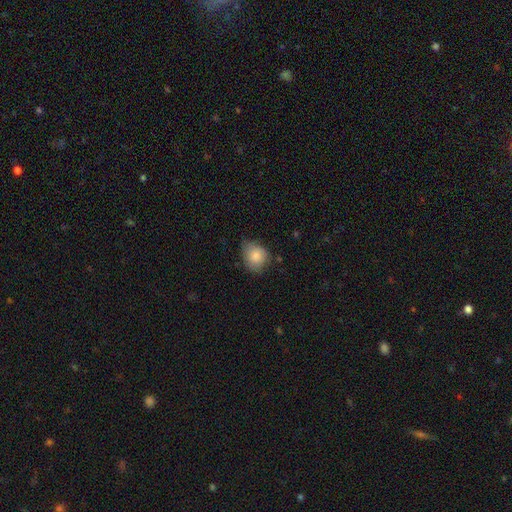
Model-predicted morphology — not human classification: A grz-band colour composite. It shows a smooth galaxy with no disk features (84%) that is round (63%). Merging: none (58%).